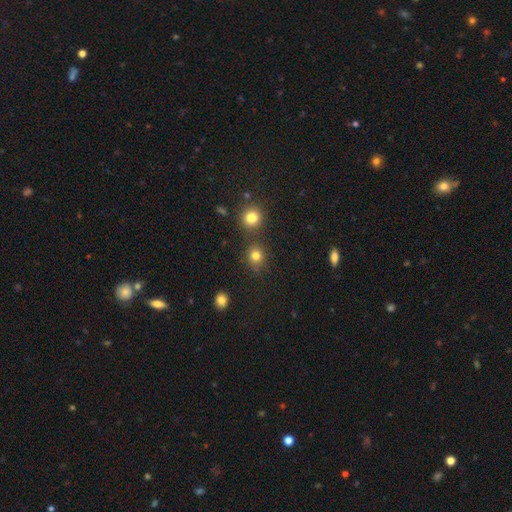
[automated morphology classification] Smooth or featured? smooth (80%)
How rounded? round (87%)
Merging? none (81%)